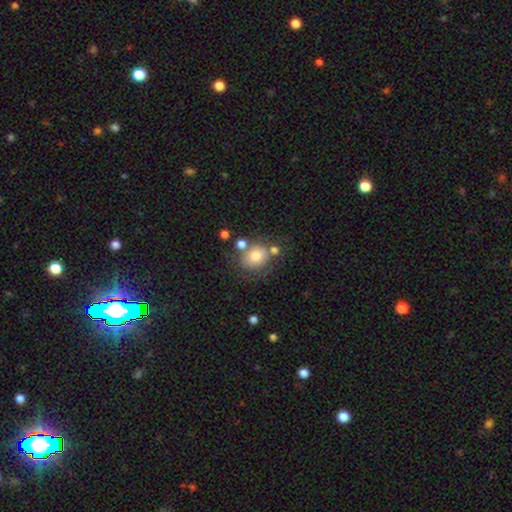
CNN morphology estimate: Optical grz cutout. It shows a smooth galaxy with no disk features (75%) that is round (68%). Merging: none (58%).